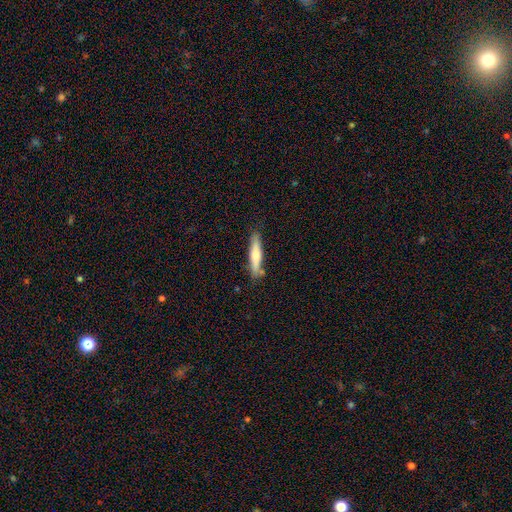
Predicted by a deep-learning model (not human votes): Q: Smooth or featured?
A: smooth (66%); runner-up: featured or disk (29%)
Q: How rounded?
A: cigar-shaped (86%); runner-up: in between (12%)
Q: Merging?
A: none (77%); runner-up: minor disturbance (15%)